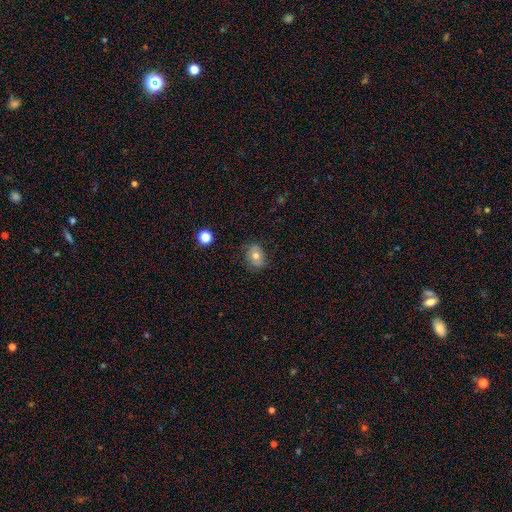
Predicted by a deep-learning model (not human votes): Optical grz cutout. It shows a smooth galaxy with no disk features (68%) that is in between round and cigar-shaped (55%). Merging: none (76%).